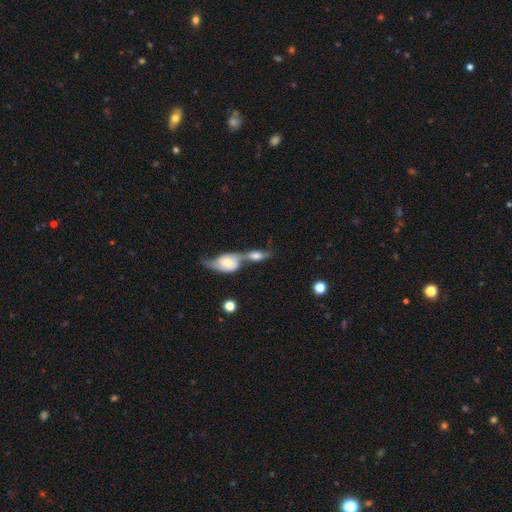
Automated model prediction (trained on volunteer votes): Q: Smooth or featured?
A: featured or disk (54%); runner-up: smooth (38%)
Q: Edge-on disk?
A: no (81%); runner-up: yes (19%)
Q: Merging?
A: merger (75%); runner-up: none (13%)